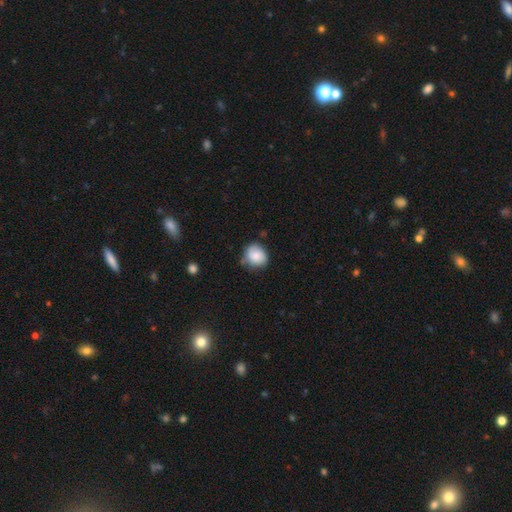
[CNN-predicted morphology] Smooth or featured?
  - smooth: 83% *
  - featured or disk: 9%
  - star or artifact: 8%
How rounded?
  - round: 72% *
  - in between: 27%
  - cigar-shaped: 1%
Merging?
  - none: 61% *
  - minor disturbance: 30%
  - major disturbance: 6%
  - merger: 3%